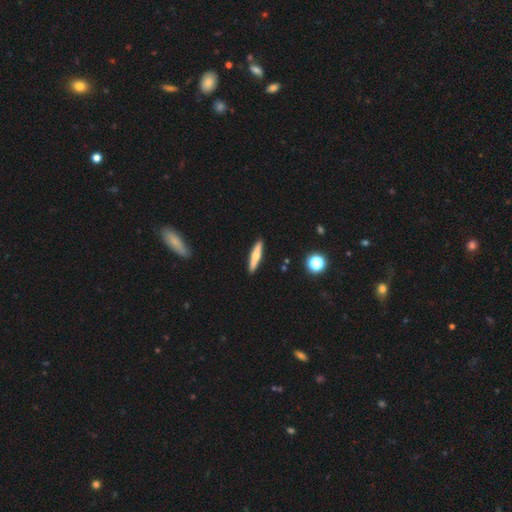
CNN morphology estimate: type=smooth (51%); roundness=cigar-shaped (88%); merging=none (91%).